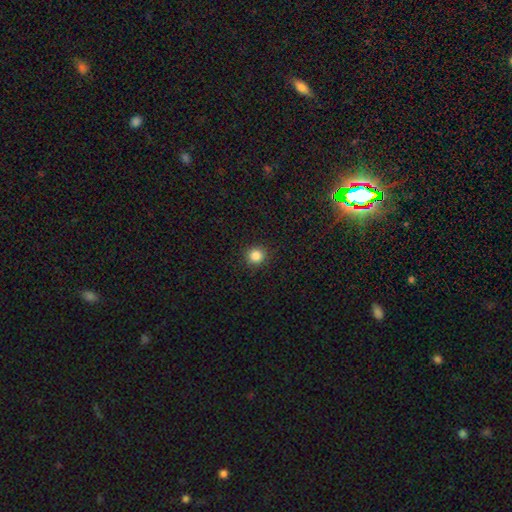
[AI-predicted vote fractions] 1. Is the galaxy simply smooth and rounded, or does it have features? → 84% smooth, 11% star or artifact, 4% featured or disk.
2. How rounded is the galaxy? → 94% round, 5% in between, 1% cigar-shaped.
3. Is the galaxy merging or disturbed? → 92% none, 5% minor disturbance, 2% major disturbance, 1% merger.